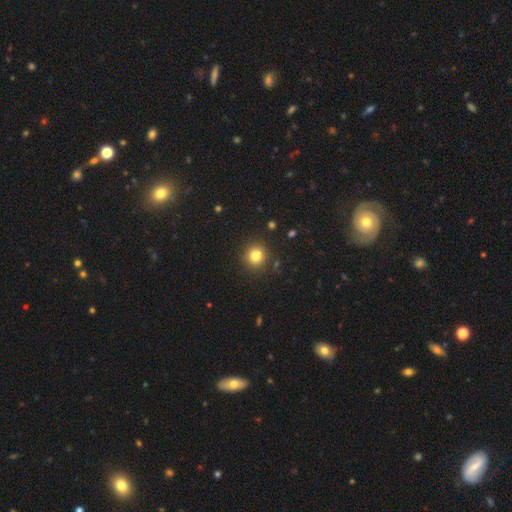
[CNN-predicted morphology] Q: Smooth or featured?
A: smooth (81%); runner-up: star or artifact (12%)
Q: How rounded?
A: round (92%); runner-up: in between (7%)
Q: Merging?
A: none (90%); runner-up: minor disturbance (6%)